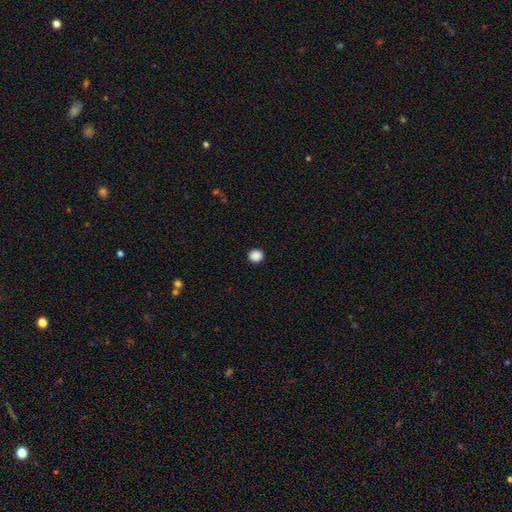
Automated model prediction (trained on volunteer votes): A smooth galaxy with no disk features (89%) that is round (89%).

Vote fractions:
- Smooth or featured? smooth: 89% / star or artifact: 9% / featured or disk: 2%
- How rounded? round: 89% / in between: 10% / cigar-shaped: 1%
- Merging? none: 93% / minor disturbance: 4% / major disturbance: 2% / merger: 1%